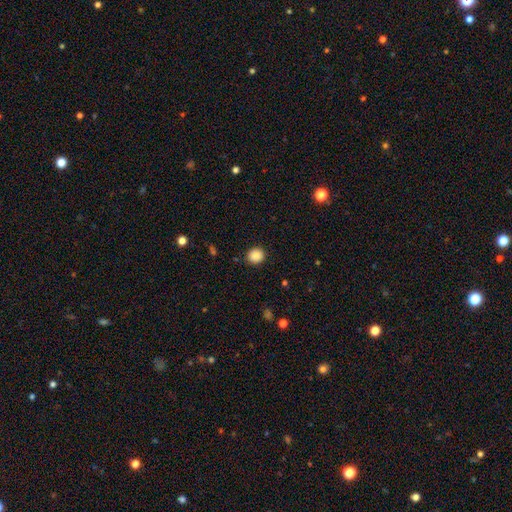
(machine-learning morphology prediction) The model was most divided on "how rounded": round: 87%, in between: 12%, cigar-shaped: 1%. More confident: merging — none (91%); smooth or featured — smooth (88%).